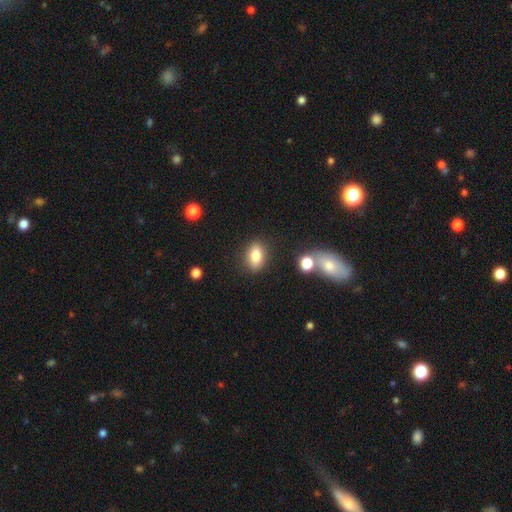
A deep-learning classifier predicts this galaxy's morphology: A smooth galaxy with no disk features (81%) that is in between round and cigar-shaped (76%). Merging: none (84%).